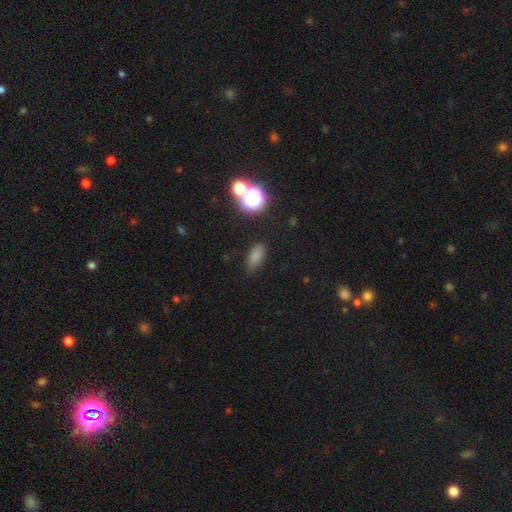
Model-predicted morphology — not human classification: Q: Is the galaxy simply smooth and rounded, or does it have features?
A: smooth — 78%.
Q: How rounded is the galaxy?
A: in between — 84%.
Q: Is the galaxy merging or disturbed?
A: none — 82%.